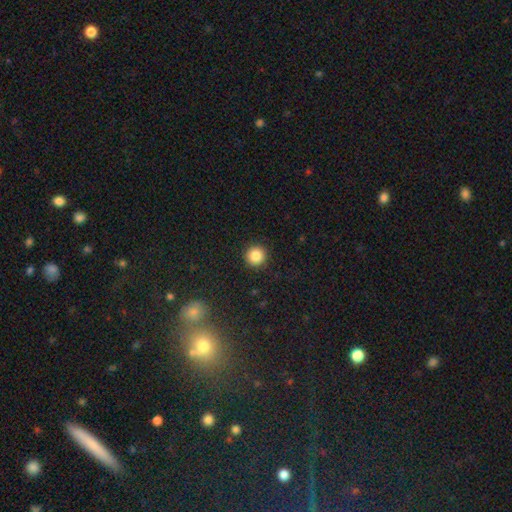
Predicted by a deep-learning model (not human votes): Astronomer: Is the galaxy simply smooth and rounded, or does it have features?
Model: smooth — 85%.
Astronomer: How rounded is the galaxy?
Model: round — 96%.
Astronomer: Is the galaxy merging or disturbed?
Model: none — 92%.